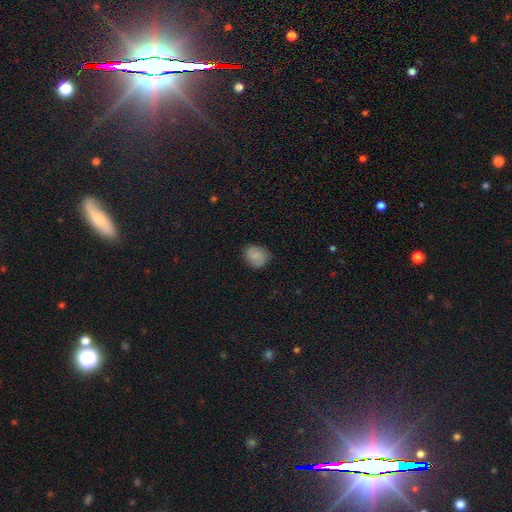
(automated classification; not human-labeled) smooth_or_featured: smooth (p=0.76) [alt: featured or disk p=0.14]
how_rounded: round (p=0.58) [alt: in between p=0.41]
merging: none (p=0.73) [alt: minor disturbance p=0.21]